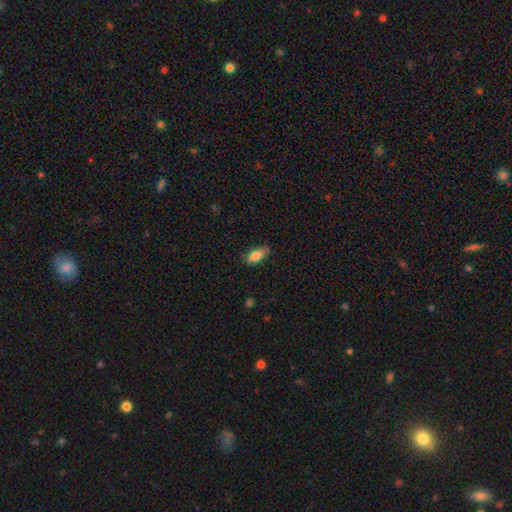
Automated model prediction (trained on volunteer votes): Smooth or featured? Predicted: smooth (p=0.81). How rounded? Predicted: in between (p=0.86). Merging? Predicted: none (p=0.67).